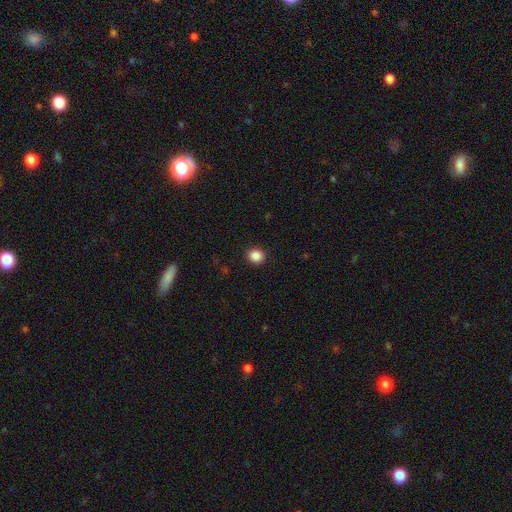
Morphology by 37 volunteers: Smooth or featured? 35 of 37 (95%) said smooth. How rounded? 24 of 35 (69%) said round. Merging? 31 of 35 (89%) said none.